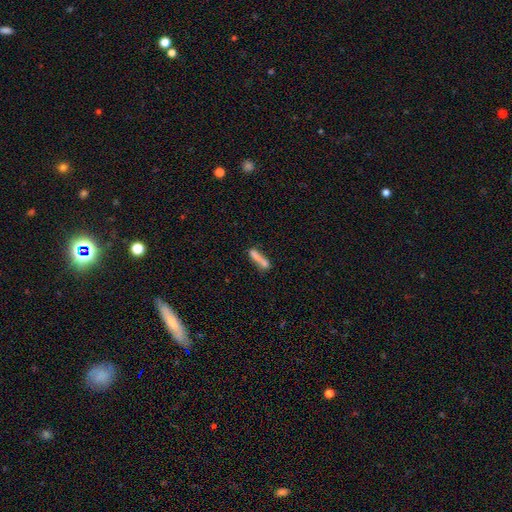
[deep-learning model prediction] smooth 72%, featured or disk 19%, star or artifact 9%. Down the decision tree: how rounded — cigar-shaped (81%); merging — none (48%).